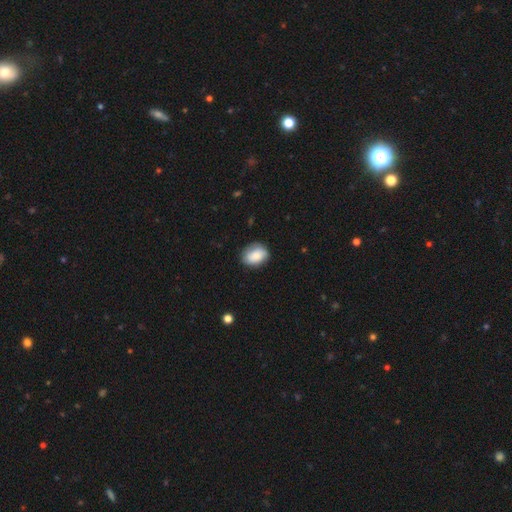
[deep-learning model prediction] Morphology: type=smooth (82%); roundness=in between (68%); merging=none (76%).